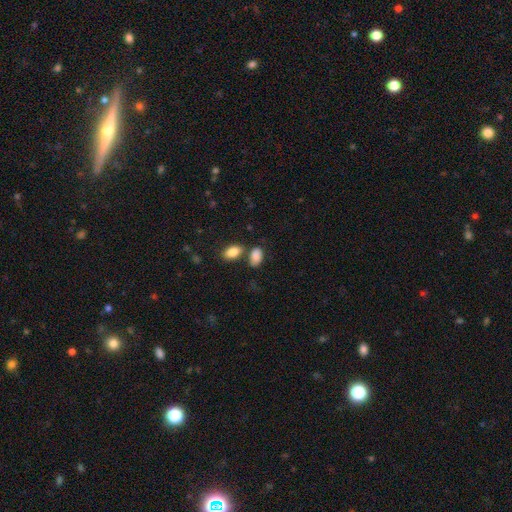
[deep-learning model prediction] smooth 87%, star or artifact 7%, featured or disk 5%. Down the decision tree: how rounded — in between (93%); merging — none (55%).